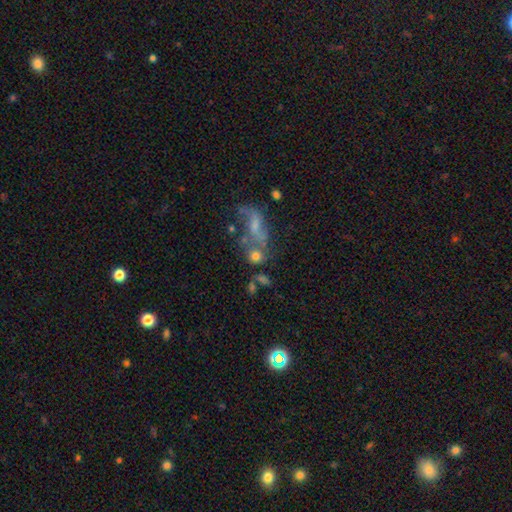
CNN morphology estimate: type=smooth (58%); roundness=round (55%); merging=none (38%).